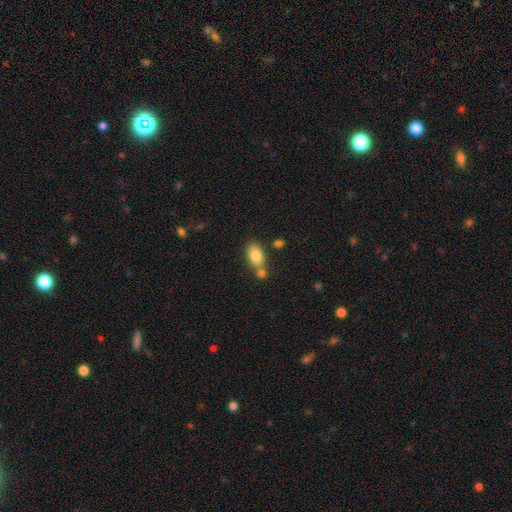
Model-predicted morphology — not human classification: Smooth or featured? Predicted: smooth (p=0.81). How rounded? Predicted: in between (p=0.87). Merging? Predicted: none (p=0.54).